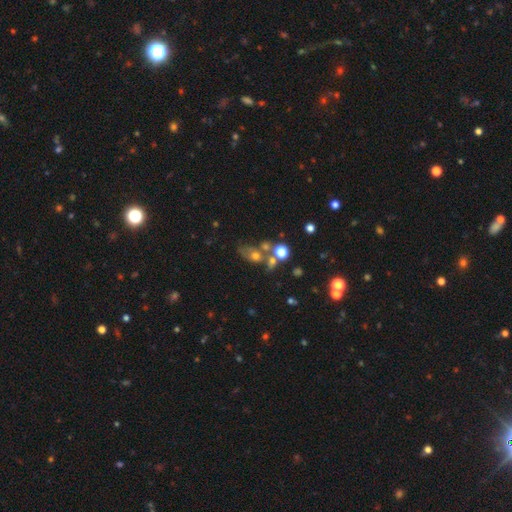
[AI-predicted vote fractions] Smooth or featured? Predicted: smooth (p=0.48). Merging? Predicted: none (p=0.35).